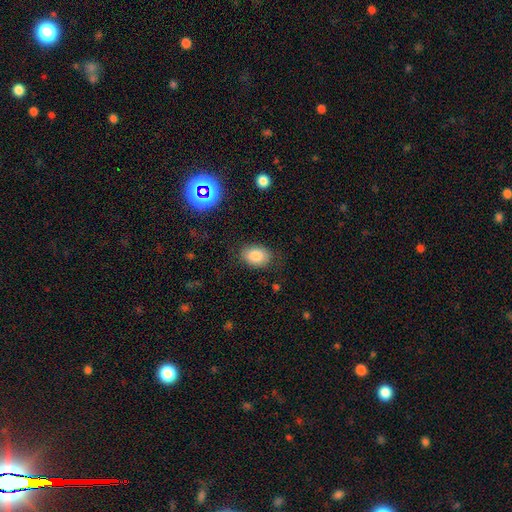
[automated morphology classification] Smooth or featured: smooth — 84% (star or artifact — 9%)
How rounded: in between — 77% (round — 22%)
Merging: none — 81% (minor disturbance — 14%)